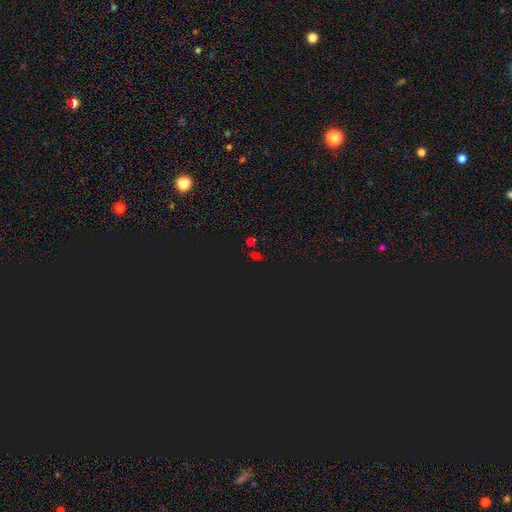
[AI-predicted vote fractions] Overall: star or artifact (59%; smooth 35%).